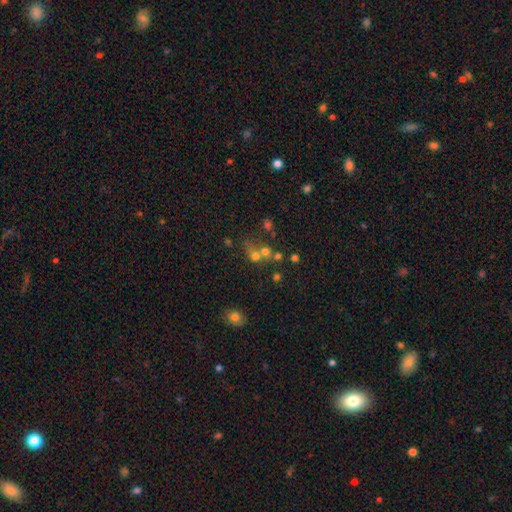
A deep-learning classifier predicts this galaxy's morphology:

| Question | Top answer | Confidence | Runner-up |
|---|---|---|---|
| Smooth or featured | smooth | 62% | star or artifact (21%) |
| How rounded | round | 78% | in between (21%) |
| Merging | merger | 51% | none (35%) |